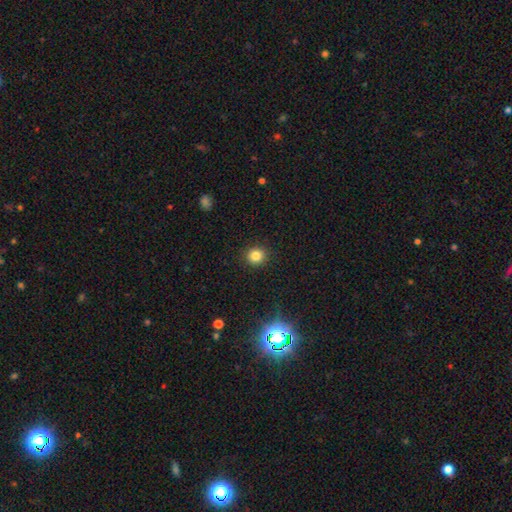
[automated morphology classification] This appears to be a smooth galaxy with no disk features (82%) that is round (89%). Merging: none (91%).